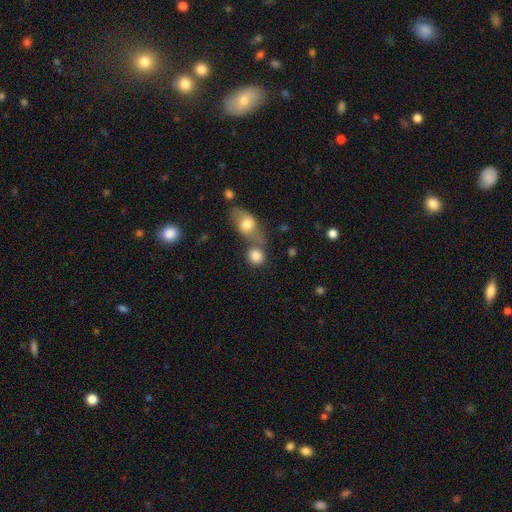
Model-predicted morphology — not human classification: Q: Smooth or featured?
A: smooth (82%); runner-up: featured or disk (9%)
Q: How rounded?
A: round (75%); runner-up: in between (23%)
Q: Merging?
A: none (52%); runner-up: merger (33%)